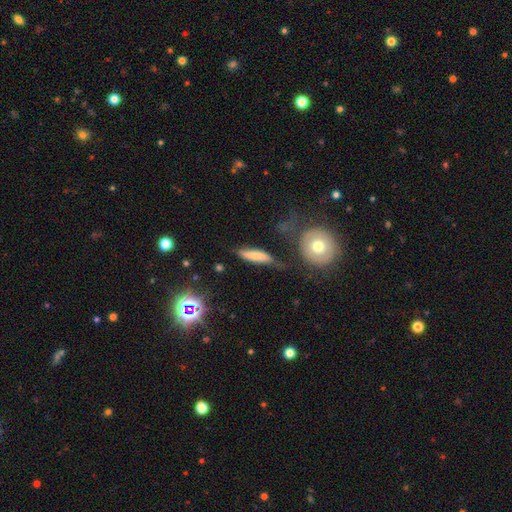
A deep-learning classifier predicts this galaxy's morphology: The model was most divided on "merging": none: 47%, minor disturbance: 29%, major disturbance: 15%, merger: 9%. More confident: how rounded — cigar-shaped (74%); smooth or featured — smooth (66%).